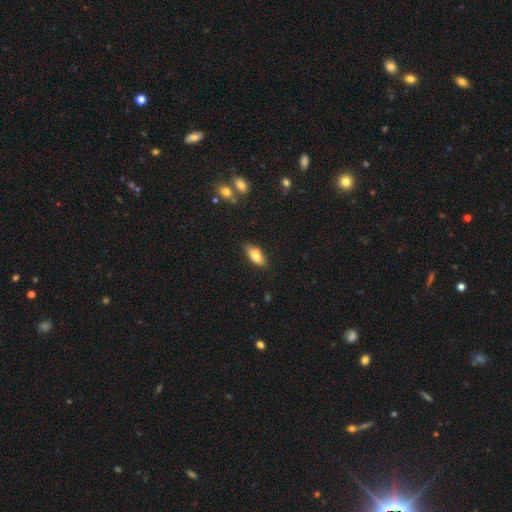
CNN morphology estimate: A smooth galaxy with no disk features (74%) that is in between round and cigar-shaped (81%). Merging: none (73%).